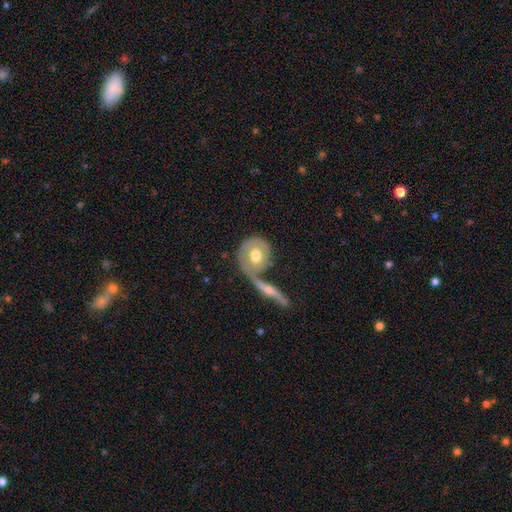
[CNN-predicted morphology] Smooth or featured?
  - smooth: 49% *
  - featured or disk: 46%
  - star or artifact: 5%
Merging?
  - none: 40% *
  - merger: 39%
  - minor disturbance: 13%
  - major disturbance: 8%